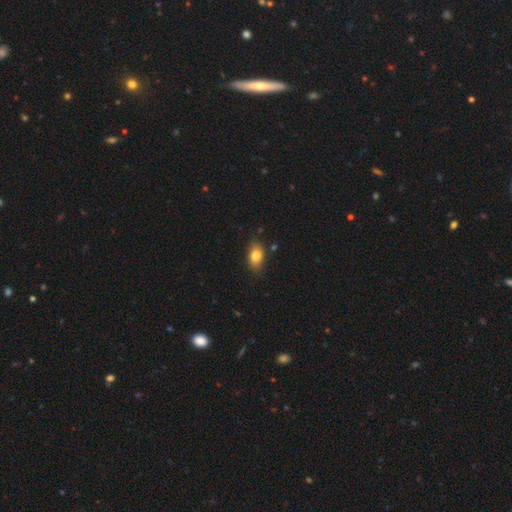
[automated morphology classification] Smooth or featured?
  - smooth: 82% *
  - featured or disk: 10%
  - star or artifact: 8%
How rounded?
  - in between: 84% *
  - round: 13%
  - cigar-shaped: 3%
Merging?
  - none: 81% *
  - minor disturbance: 15%
  - major disturbance: 3%
  - merger: 2%